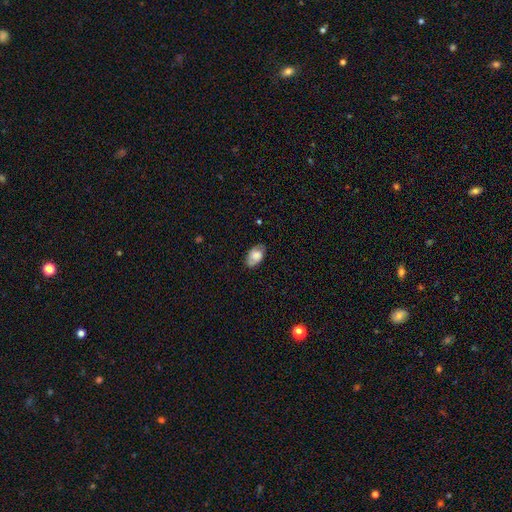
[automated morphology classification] This appears to be a smooth galaxy with no disk features (69%) that is in between round and cigar-shaped (90%). Merging: none (72%).